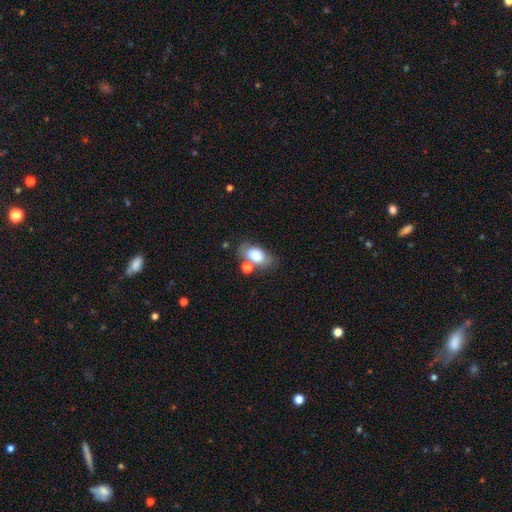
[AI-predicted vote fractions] Q: Smooth or featured?
A: smooth (80%); runner-up: featured or disk (12%)
Q: How rounded?
A: in between (88%); runner-up: round (10%)
Q: Merging?
A: none (55%); runner-up: merger (21%)